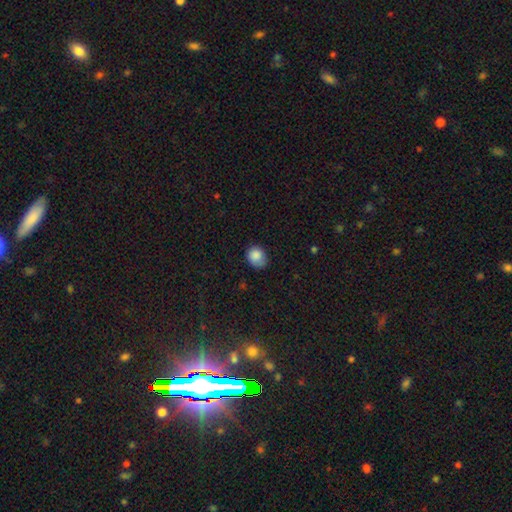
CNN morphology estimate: smooth 87%, star or artifact 8%, featured or disk 5%. Down the decision tree: how rounded — round (56%); merging — none (66%).